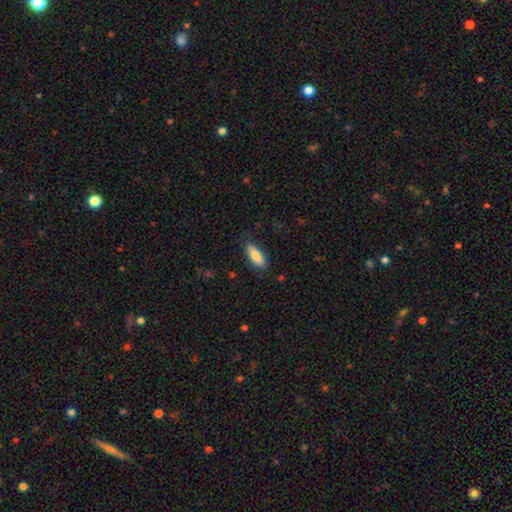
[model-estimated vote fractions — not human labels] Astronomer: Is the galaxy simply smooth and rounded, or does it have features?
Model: smooth — 83%.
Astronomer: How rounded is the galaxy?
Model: in between — 71%.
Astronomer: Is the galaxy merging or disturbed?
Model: none — 80%.